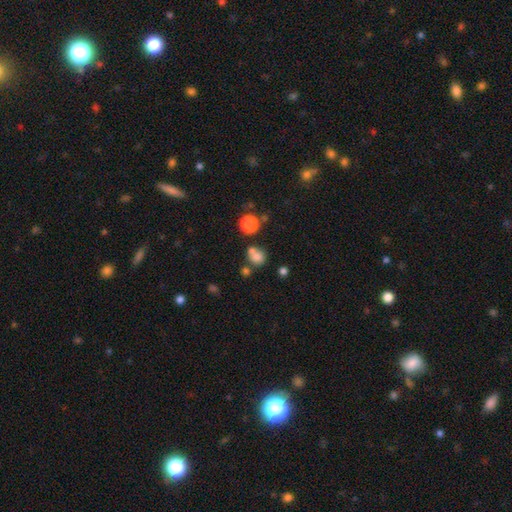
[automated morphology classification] Smooth or featured: smooth — 74% (star or artifact — 16%)
How rounded: round — 80% (in between — 19%)
Merging: none — 53% (merger — 30%)